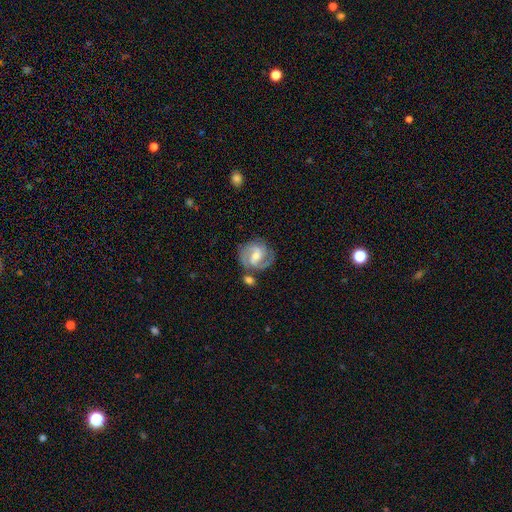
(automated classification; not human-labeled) Morphology: type=featured or disk (80%); edge-on=no (98%); bar=weak (52%); spiral arms=yes (94%); winding=medium (47%); arm count=2 (77%); bulge=moderate (53%); merging=none (67%).